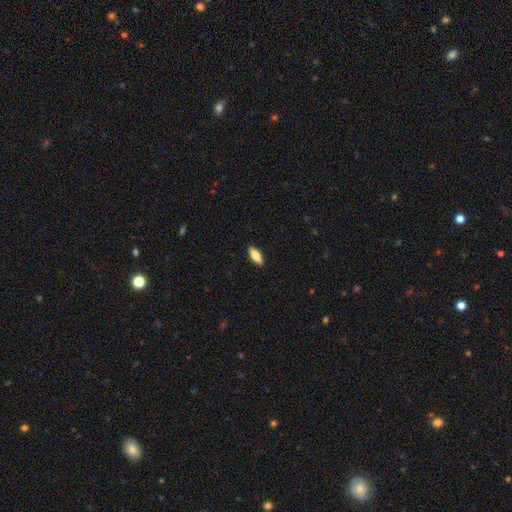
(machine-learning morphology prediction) Q: Smooth or featured?
A: smooth (81%); runner-up: featured or disk (13%)
Q: How rounded?
A: in between (69%); runner-up: cigar-shaped (29%)
Q: Merging?
A: none (90%); runner-up: minor disturbance (7%)